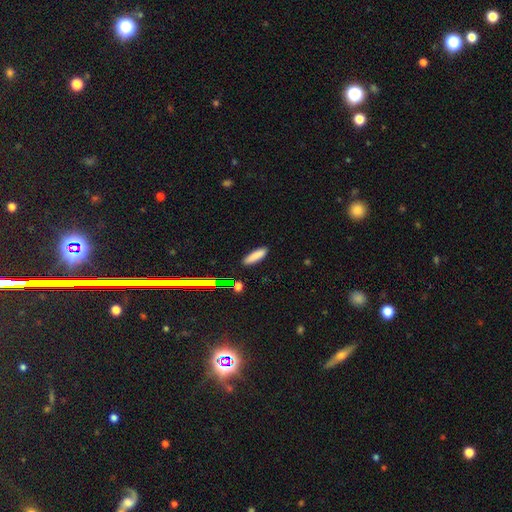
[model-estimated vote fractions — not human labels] A smooth galaxy with no disk features (84%) that is cigar-shaped (55%). Merging: none (88%).